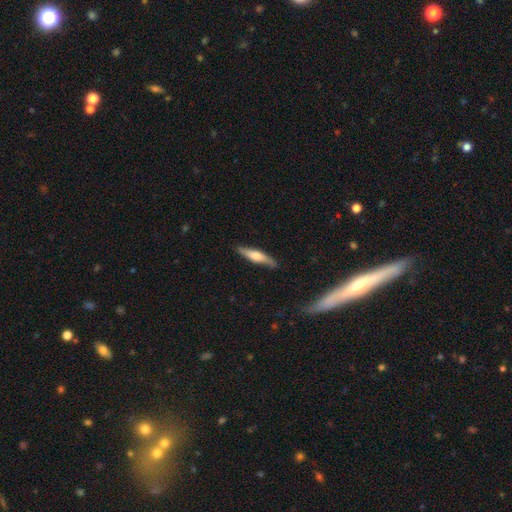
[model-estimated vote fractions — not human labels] Q: Smooth or featured?
A: smooth (49%); runner-up: featured or disk (46%)
Q: Merging?
A: none (82%); runner-up: minor disturbance (14%)